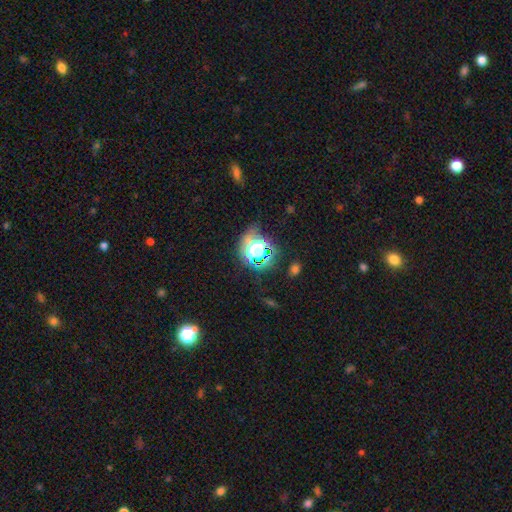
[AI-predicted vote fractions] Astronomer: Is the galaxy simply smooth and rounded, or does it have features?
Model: star or artifact — 66%.